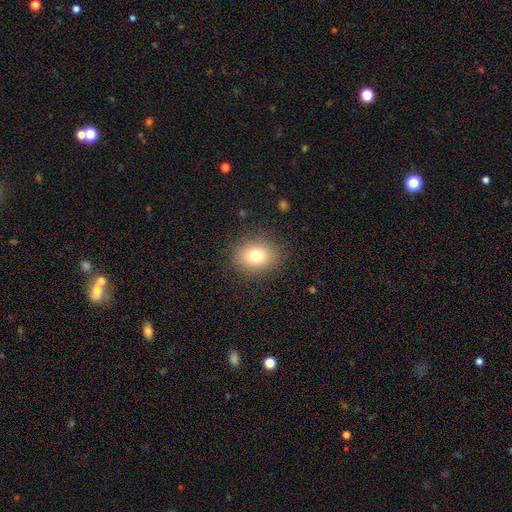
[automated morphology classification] Smooth or featured? smooth (77%)
How rounded? round (56%)
Merging? none (87%)